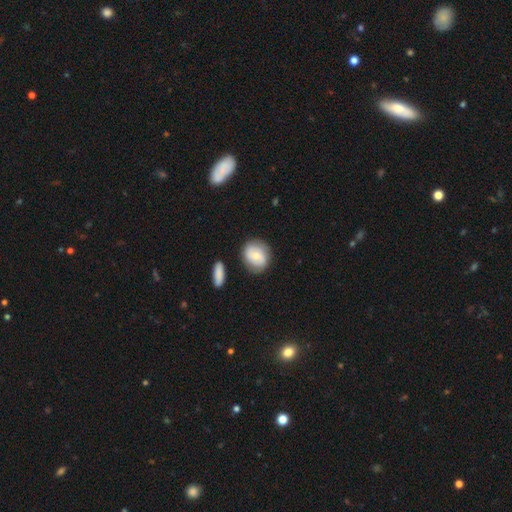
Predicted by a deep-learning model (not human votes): Smooth or featured: smooth — 54% (featured or disk — 39%)
How rounded: round — 65% (in between — 34%)
Merging: none — 77% (minor disturbance — 15%)